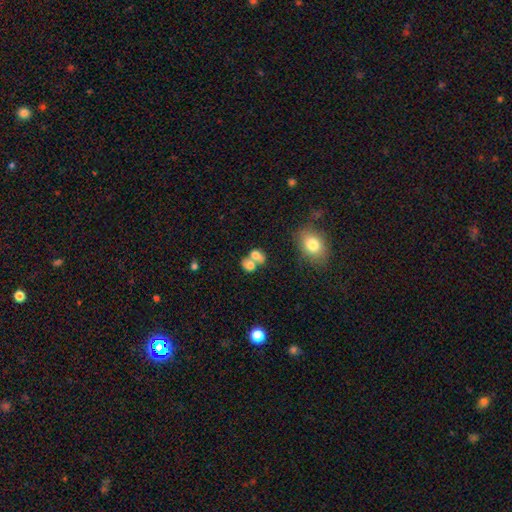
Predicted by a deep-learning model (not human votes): A smooth galaxy with no disk features (71%) that is in between round and cigar-shaped (59%).

Vote fractions:
- Smooth or featured? smooth: 71% / featured or disk: 18% / star or artifact: 11%
- How rounded? in between: 59% / round: 39% / cigar-shaped: 2%
- Merging? merger: 63% / none: 24% / minor disturbance: 8% / major disturbance: 5%